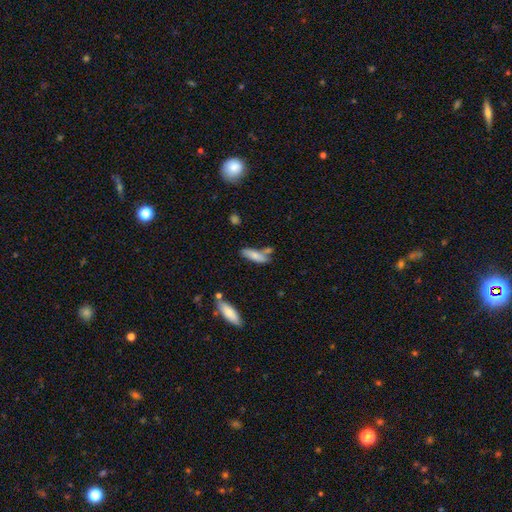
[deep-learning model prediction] This is likely a smooth galaxy (74%). How rounded: possibly cigar-shaped (50%). Merging: possibly none (51%).